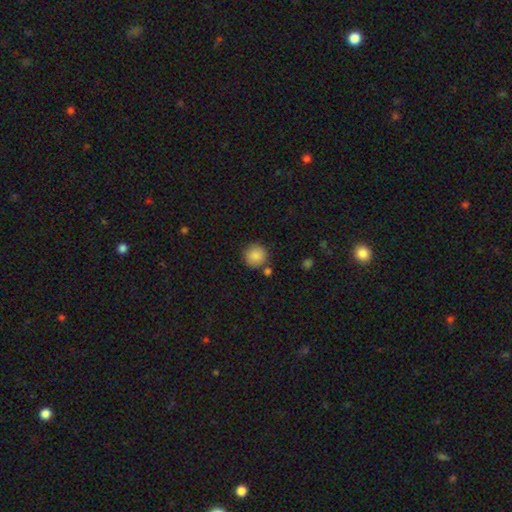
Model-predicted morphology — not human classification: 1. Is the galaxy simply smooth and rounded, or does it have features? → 87% smooth, 8% star or artifact, 5% featured or disk.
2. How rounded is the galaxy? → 94% round, 5% in between, 1% cigar-shaped.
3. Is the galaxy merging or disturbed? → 81% none, 9% minor disturbance, 7% merger, 3% major disturbance.